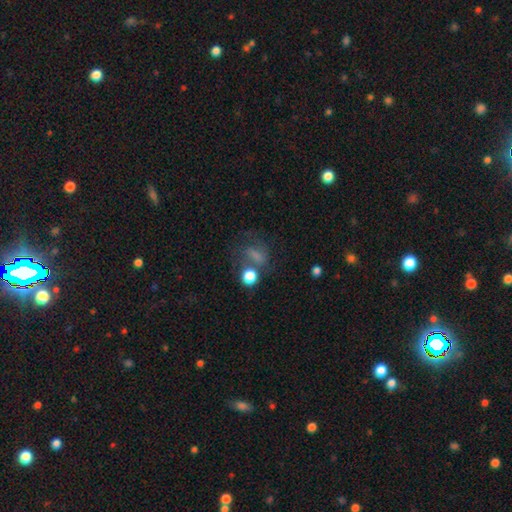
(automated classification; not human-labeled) This is likely a smooth galaxy (61%). How rounded: possibly in between (52%). Merging: marginally none (43%).